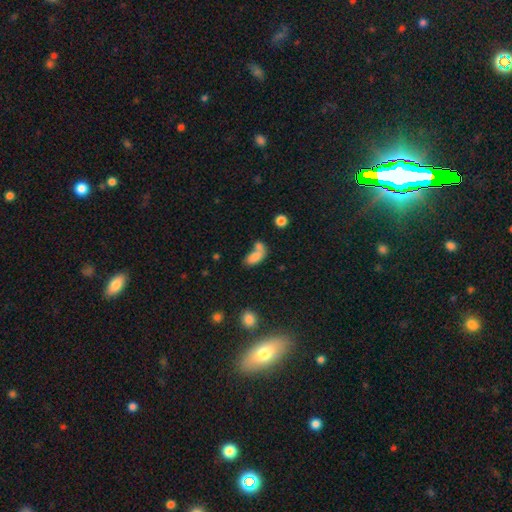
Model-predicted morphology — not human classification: Q: Smooth or featured?
A: smooth (74%); runner-up: featured or disk (15%)
Q: How rounded?
A: in between (87%); runner-up: round (7%)
Q: Merging?
A: merger (52%); runner-up: none (26%)